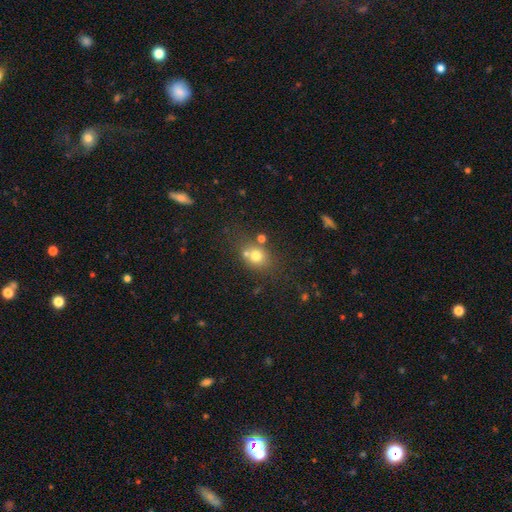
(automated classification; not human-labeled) The model was most divided on "merging": none: 57%, merger: 26%, minor disturbance: 12%, major disturbance: 5%. More confident: smooth or featured — smooth (71%); how rounded — round (67%).